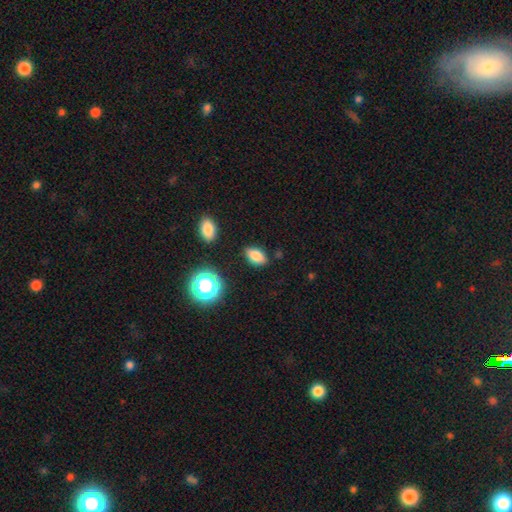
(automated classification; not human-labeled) A smooth galaxy with no disk features (80%) that is in between round and cigar-shaped (86%). Merging: none (83%).